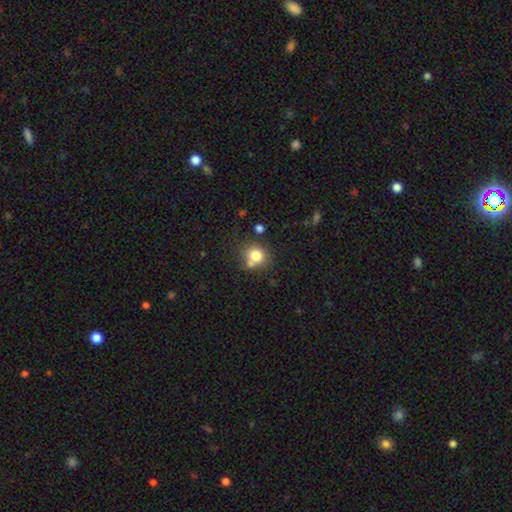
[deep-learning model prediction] Smooth or featured? smooth (78%)
How rounded? round (82%)
Merging? none (63%)